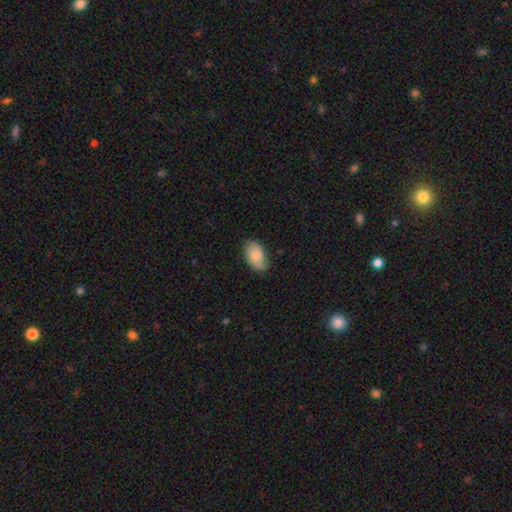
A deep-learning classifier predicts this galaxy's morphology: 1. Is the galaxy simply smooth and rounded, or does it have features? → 73% smooth, 20% featured or disk, 7% star or artifact.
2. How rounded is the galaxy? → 93% in between, 6% round, 1% cigar-shaped.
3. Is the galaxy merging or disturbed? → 71% none, 23% minor disturbance, 5% major disturbance, 1% merger.